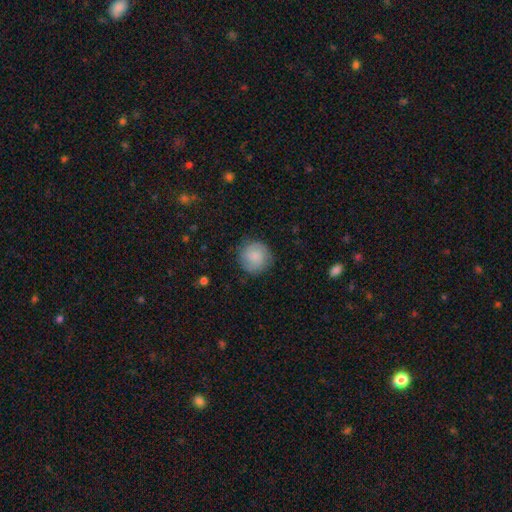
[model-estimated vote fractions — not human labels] This is possibly a smooth galaxy (54%). How rounded: clearly round (92%). Merging: clearly none (85%).